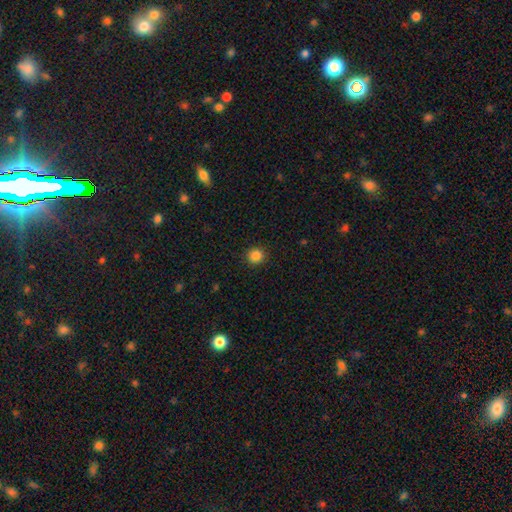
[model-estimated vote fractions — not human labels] Smooth or featured? smooth (86%)
How rounded? round (90%)
Merging? none (92%)